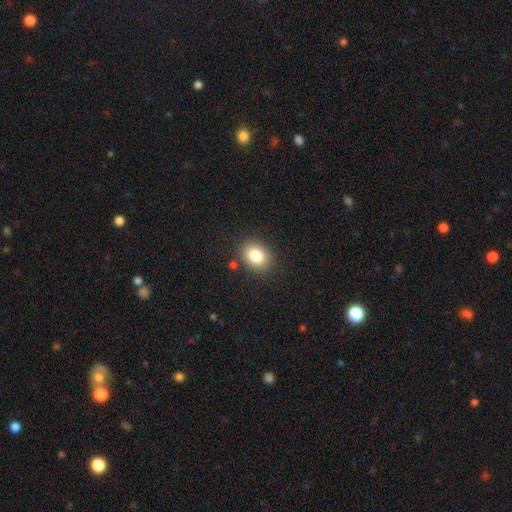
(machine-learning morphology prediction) This is clearly a smooth galaxy (82%). How rounded: possibly in between (51%). Merging: clearly none (84%).